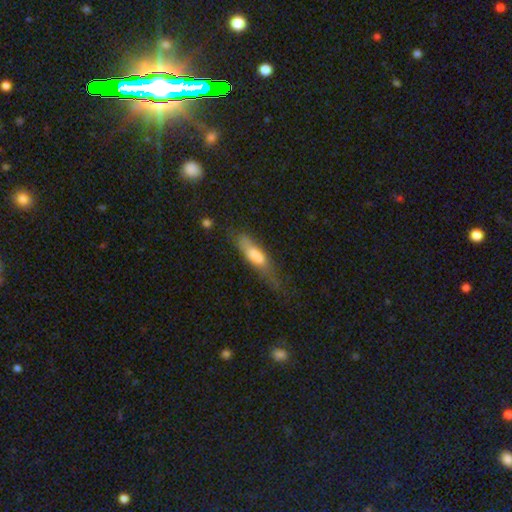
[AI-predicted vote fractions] Overall: smooth (59%; featured or disk 33%). How rounded: cigar-shaped (68%; in between 30%). Merging: none (44%; minor disturbance 32%).